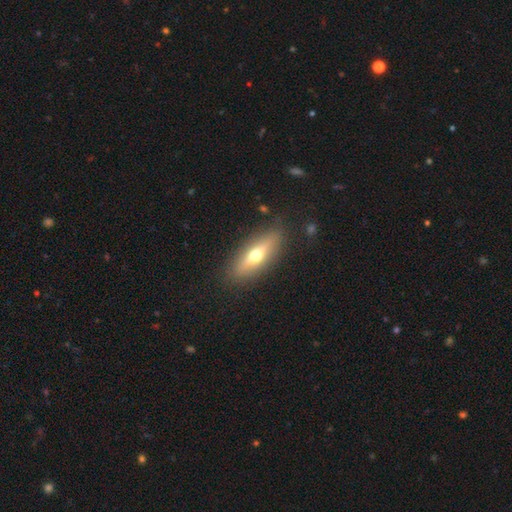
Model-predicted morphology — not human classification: The model was most divided on "smooth or featured": smooth: 48%, featured or disk: 44%, star or artifact: 7%. More confident: merging — none (86%).